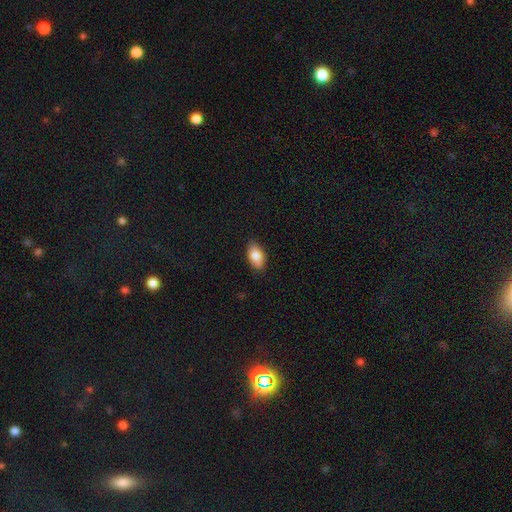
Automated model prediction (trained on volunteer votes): Overall: smooth (84%). How rounded: in between (91%). Merging: none (85%).